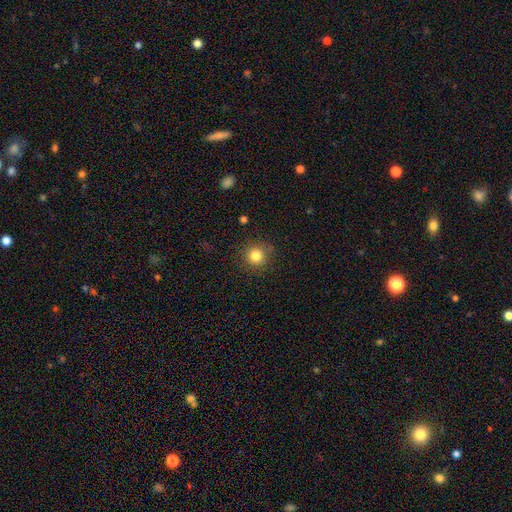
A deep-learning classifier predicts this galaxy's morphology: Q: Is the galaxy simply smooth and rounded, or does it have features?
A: smooth — 83%.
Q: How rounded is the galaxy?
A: round — 93%.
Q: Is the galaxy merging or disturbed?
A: none — 87%.